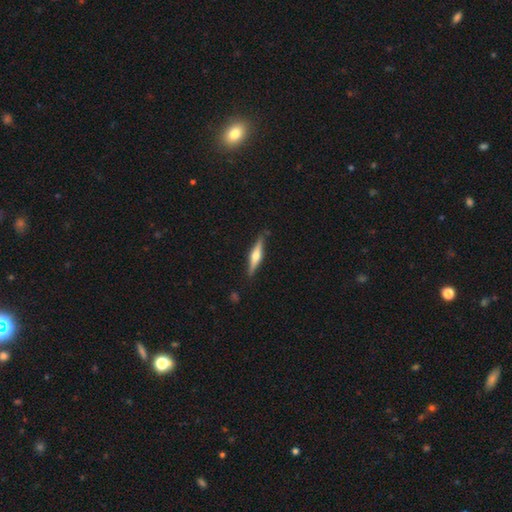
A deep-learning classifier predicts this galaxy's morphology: type=featured or disk (63%); edge-on=yes (97%); edge-on bulge=rounded (91%); merging=none (86%).